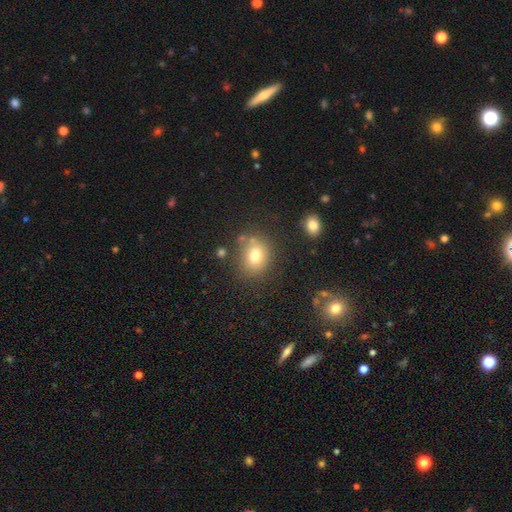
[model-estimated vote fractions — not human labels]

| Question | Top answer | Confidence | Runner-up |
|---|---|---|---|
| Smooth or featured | smooth | 76% | star or artifact (13%) |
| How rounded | round | 63% | in between (36%) |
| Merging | none | 73% | minor disturbance (14%) |